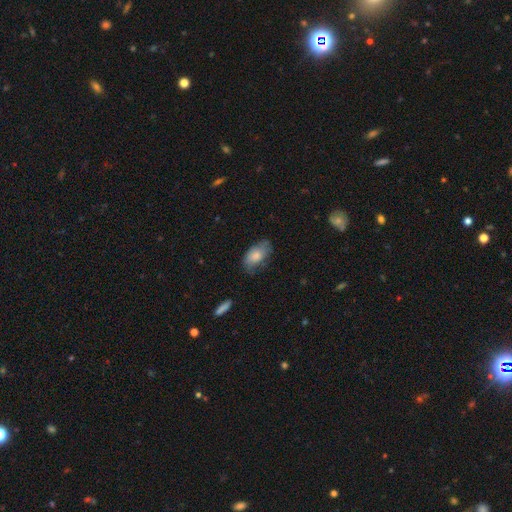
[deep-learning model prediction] This appears to be a smooth galaxy with no disk features (72%) that is in between round and cigar-shaped (92%). Merging: none (58%).